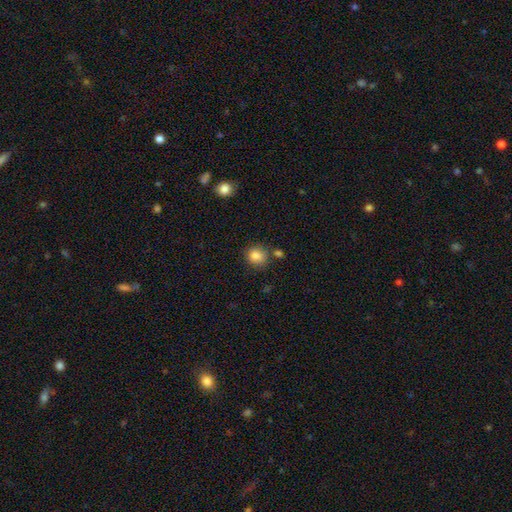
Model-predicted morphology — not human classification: Smooth or featured: smooth — 85% (star or artifact — 10%)
How rounded: round — 78% (in between — 21%)
Merging: none — 75% (minor disturbance — 13%)